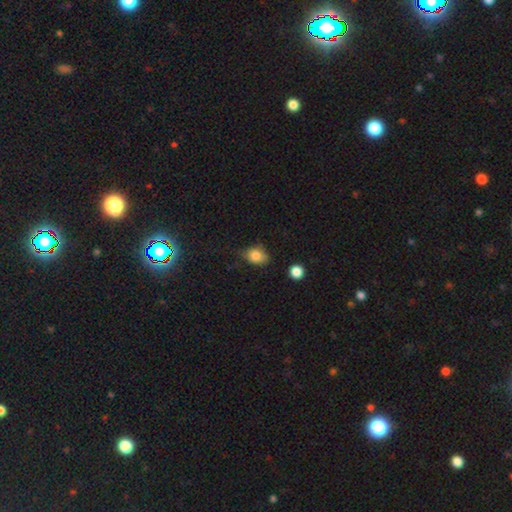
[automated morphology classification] The model was most divided on "merging": none: 57%, minor disturbance: 32%, major disturbance: 8%, merger: 3%. More confident: smooth or featured — smooth (80%); how rounded — in between (64%).